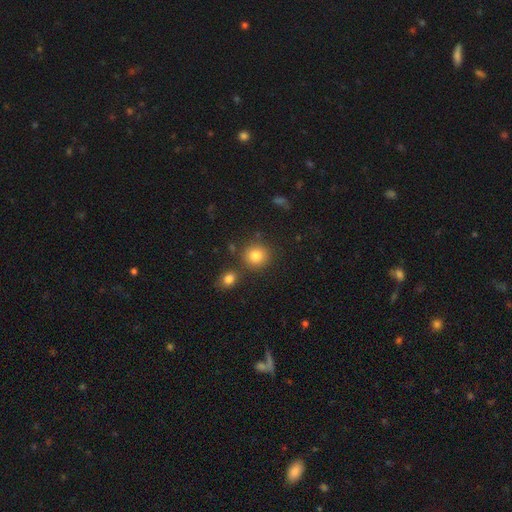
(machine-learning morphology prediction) This is clearly a smooth galaxy (82%). How rounded: clearly round (88%). Merging: likely none (80%).